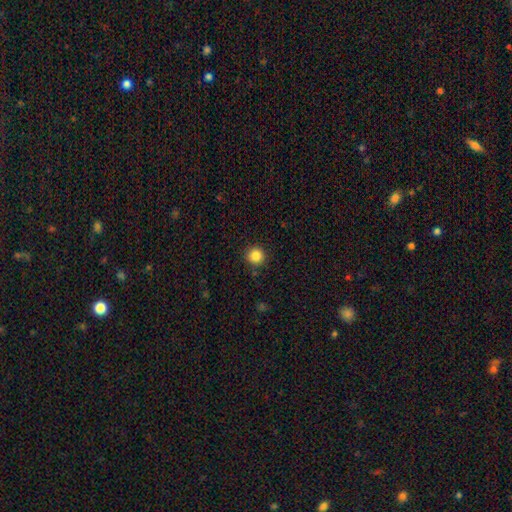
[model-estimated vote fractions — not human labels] Smooth or featured? Predicted: smooth (p=0.85). How rounded? Predicted: round (p=0.94). Merging? Predicted: none (p=0.91).